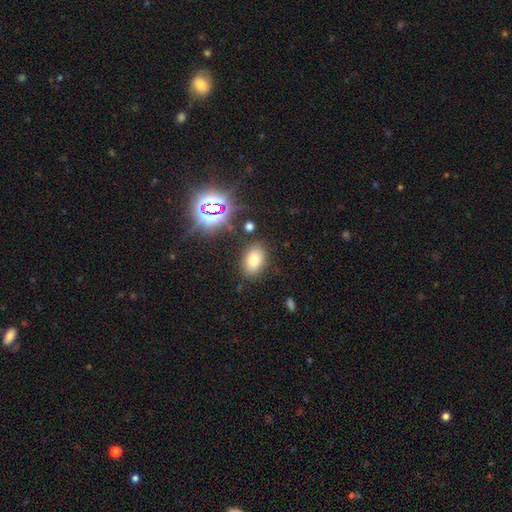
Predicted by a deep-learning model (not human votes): smooth 73%, star or artifact 17%, featured or disk 10%. Down the decision tree: how rounded — in between (87%); merging — none (84%).